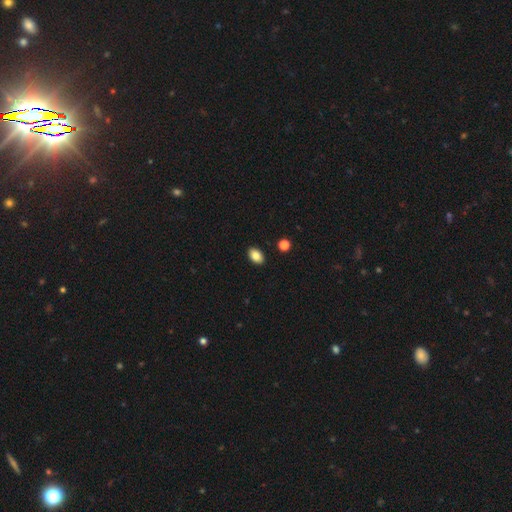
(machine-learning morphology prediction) This is clearly a smooth galaxy (85%). How rounded: clearly in between (89%). Merging: clearly none (89%).